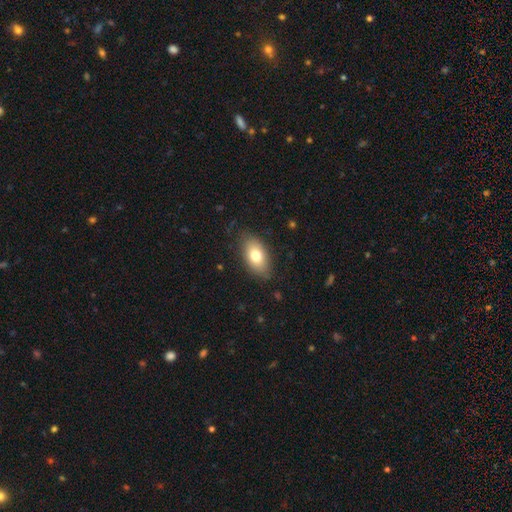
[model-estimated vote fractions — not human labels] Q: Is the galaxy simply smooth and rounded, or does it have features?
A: smooth — 75%.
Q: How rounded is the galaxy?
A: in between — 90%.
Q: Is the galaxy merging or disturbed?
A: none — 82%.